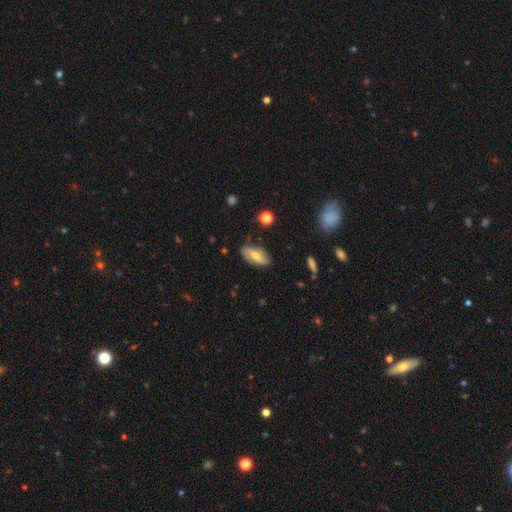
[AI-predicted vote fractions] A smooth galaxy with no disk features (55%) that is in between round and cigar-shaped (82%).

Vote fractions:
- Smooth or featured? smooth: 55% / featured or disk: 38% / star or artifact: 8%
- How rounded? in between: 82% / cigar-shaped: 14% / round: 3%
- Merging? none: 78% / minor disturbance: 17% / major disturbance: 3% / merger: 2%